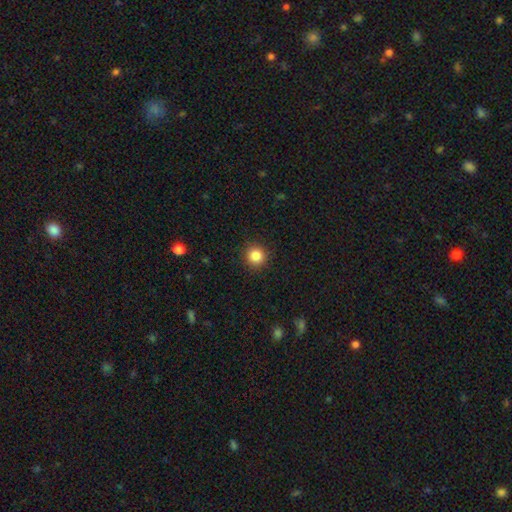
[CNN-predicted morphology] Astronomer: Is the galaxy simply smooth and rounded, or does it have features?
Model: smooth — 85%.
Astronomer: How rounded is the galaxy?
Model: round — 94%.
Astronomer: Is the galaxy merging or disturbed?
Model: none — 91%.